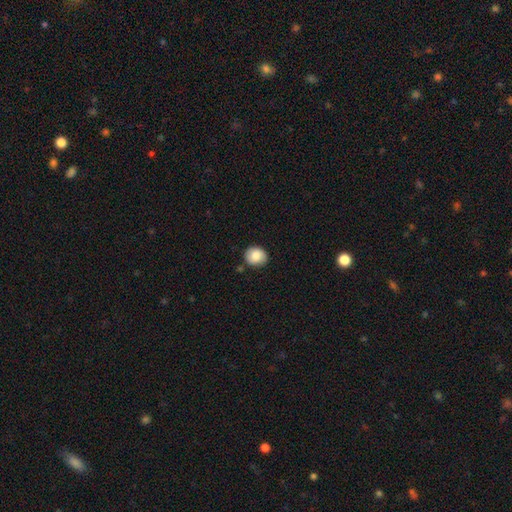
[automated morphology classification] This is clearly a smooth galaxy (84%). How rounded: likely round (69%). Merging: clearly none (81%).